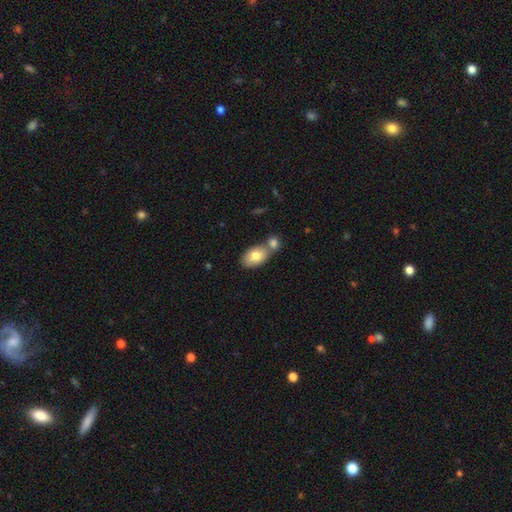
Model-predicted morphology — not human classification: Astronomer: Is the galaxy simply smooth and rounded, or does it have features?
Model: smooth — 79%.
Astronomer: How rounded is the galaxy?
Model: in between — 90%.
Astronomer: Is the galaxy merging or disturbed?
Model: merger — 45% (runner-up: none, 42%).